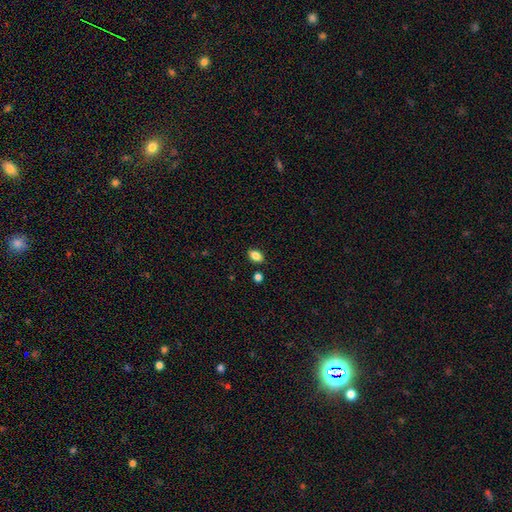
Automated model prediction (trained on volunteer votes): A smooth galaxy with no disk features (85%) that is in between round and cigar-shaped (83%). Merging: none (85%).